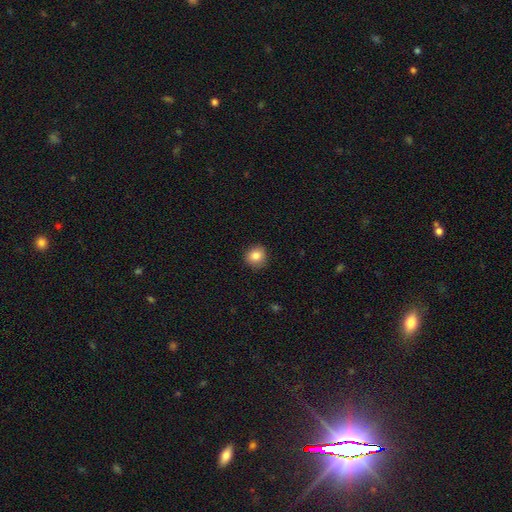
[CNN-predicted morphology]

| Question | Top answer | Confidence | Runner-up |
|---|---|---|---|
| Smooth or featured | smooth | 84% | star or artifact (10%) |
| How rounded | round | 87% | in between (12%) |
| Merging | none | 88% | minor disturbance (9%) |